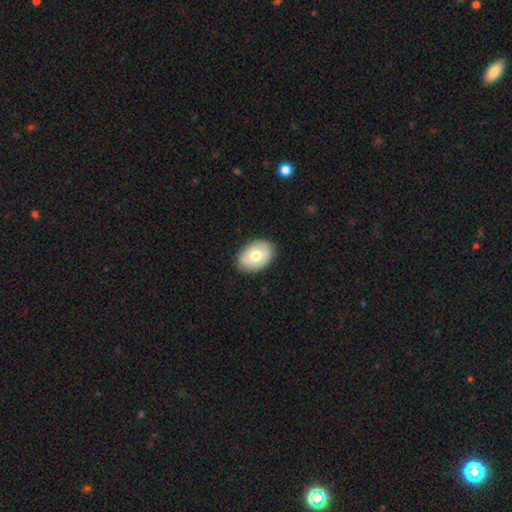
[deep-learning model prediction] smooth-or-featured: smooth: 67% | featured or disk: 27% | star or artifact: 6%
  how-rounded: in between: 84% | round: 15% | cigar-shaped: 1%
  merging: none: 86% | minor disturbance: 10% | major disturbance: 2% | merger: 1%